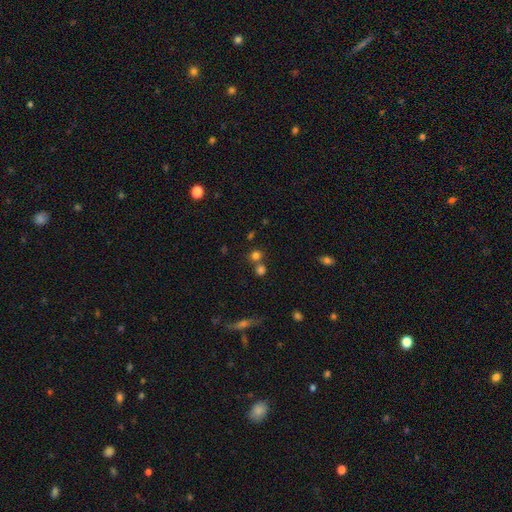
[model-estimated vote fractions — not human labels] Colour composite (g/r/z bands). It shows a smooth galaxy with no disk features (72%) that is round (86%). Merging: none (60%).